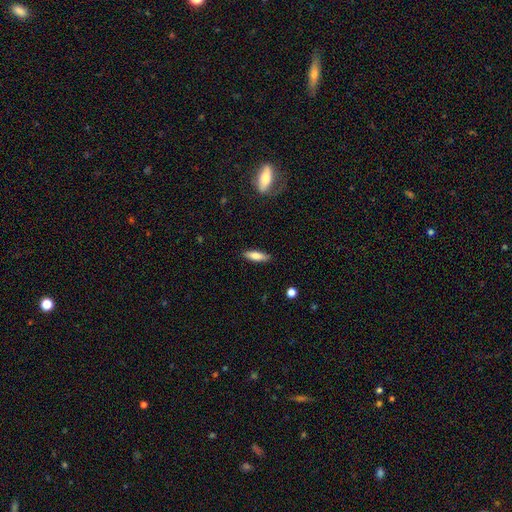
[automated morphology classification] Overall: smooth (77%). How rounded: cigar-shaped (52%; in between 46%). Merging: none (88%).